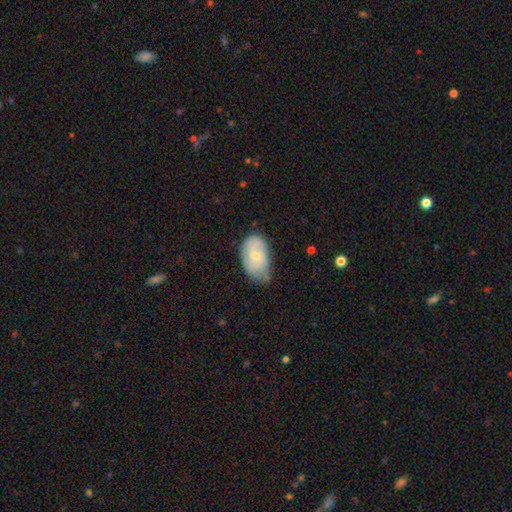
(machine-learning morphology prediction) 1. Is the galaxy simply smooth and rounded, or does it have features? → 56% smooth, 37% featured or disk, 7% star or artifact.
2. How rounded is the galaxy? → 91% in between, 8% round, 2% cigar-shaped.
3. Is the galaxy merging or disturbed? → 44% minor disturbance, 42% none, 11% major disturbance, 2% merger.